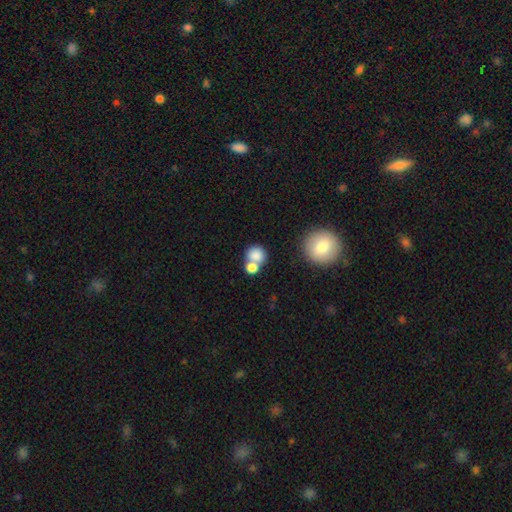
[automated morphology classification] A smooth galaxy with no disk features (82%) that is round (79%).

Vote fractions:
- Smooth or featured? smooth: 82% / featured or disk: 10% / star or artifact: 9%
- How rounded? round: 79% / in between: 20% / cigar-shaped: 1%
- Merging? merger: 47% / none: 40% / minor disturbance: 8% / major disturbance: 4%